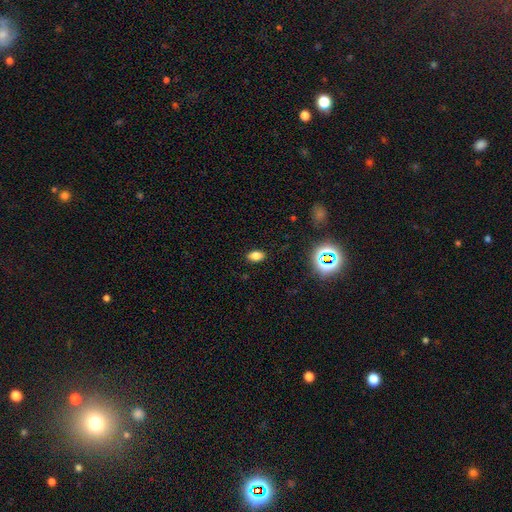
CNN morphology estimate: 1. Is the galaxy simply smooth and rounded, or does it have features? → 77% smooth, 15% star or artifact, 7% featured or disk.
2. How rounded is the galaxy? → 86% in between, 12% round, 2% cigar-shaped.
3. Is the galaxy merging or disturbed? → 88% none, 9% minor disturbance, 2% major disturbance, 1% merger.